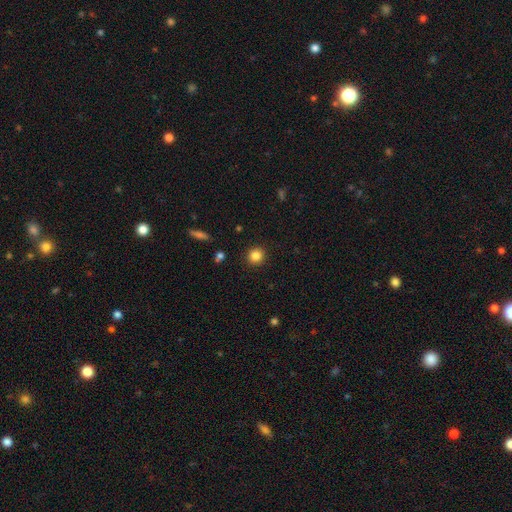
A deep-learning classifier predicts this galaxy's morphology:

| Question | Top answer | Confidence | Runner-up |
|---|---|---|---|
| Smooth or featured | smooth | 85% | star or artifact (11%) |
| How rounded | round | 91% | in between (8%) |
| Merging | none | 91% | minor disturbance (6%) |